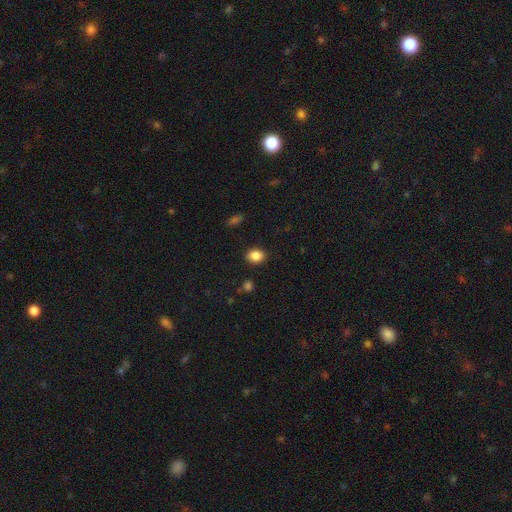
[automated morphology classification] The model was most divided on "how rounded": in between: 52%, round: 46%, cigar-shaped: 1%. More confident: merging — none (88%); smooth or featured — smooth (86%).